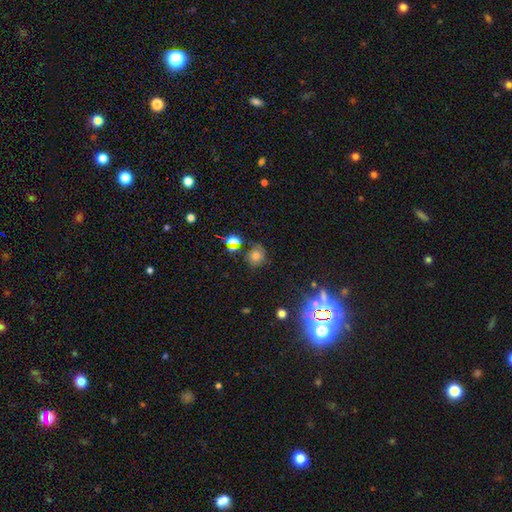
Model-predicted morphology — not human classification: Overall: smooth (61%; star or artifact 24%). How rounded: round (77%). Merging: none (69%).